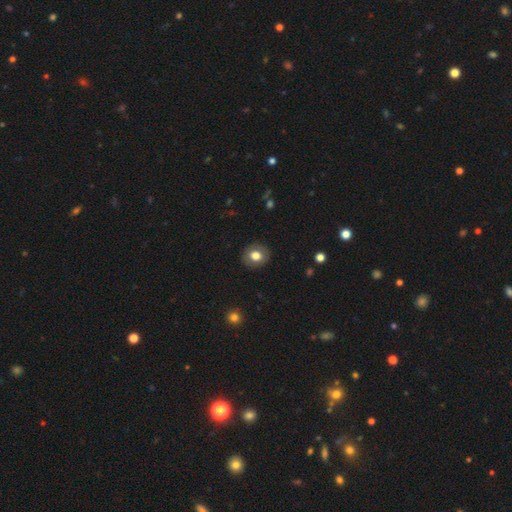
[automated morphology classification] smooth-or-featured: smooth: 74% | featured or disk: 18% | star or artifact: 8%
  how-rounded: round: 76% | in between: 23% | cigar-shaped: 1%
  merging: none: 89% | minor disturbance: 8% | major disturbance: 2% | merger: 1%